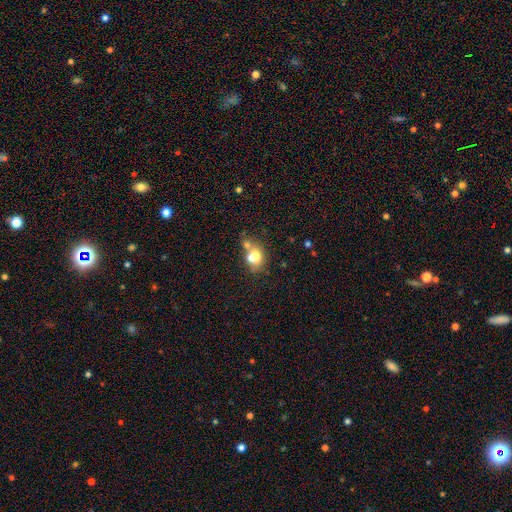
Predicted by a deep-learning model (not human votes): Morphology: type=smooth (66%); roundness=in between (55%); merging=merger (53%).